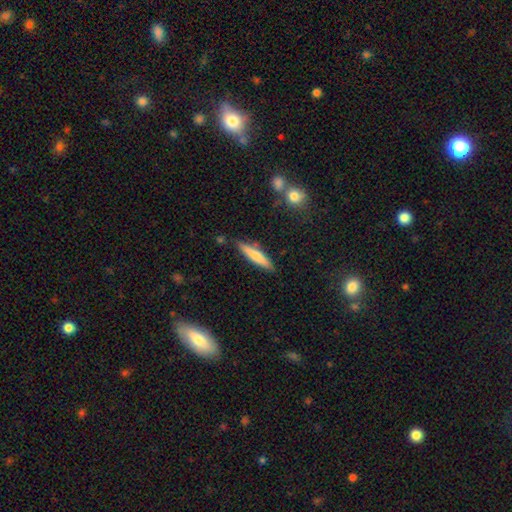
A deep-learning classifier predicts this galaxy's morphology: smooth_or_featured: smooth (p=0.64) [alt: featured or disk p=0.30]
how_rounded: cigar-shaped (p=0.86) [alt: in between p=0.12]
merging: none (p=0.84) [alt: minor disturbance p=0.11]